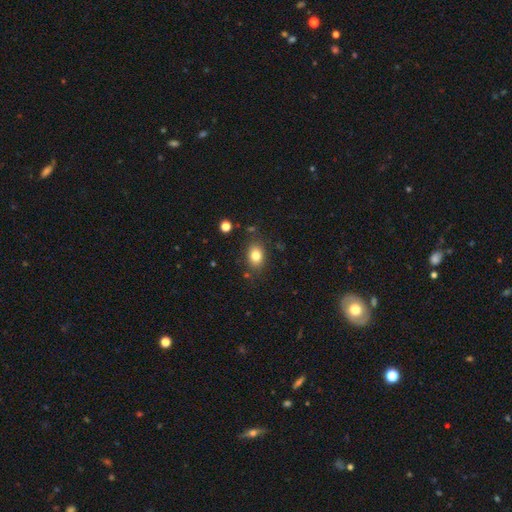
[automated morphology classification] This is clearly a smooth galaxy (81%). How rounded: likely in between (68%). Merging: clearly none (82%).